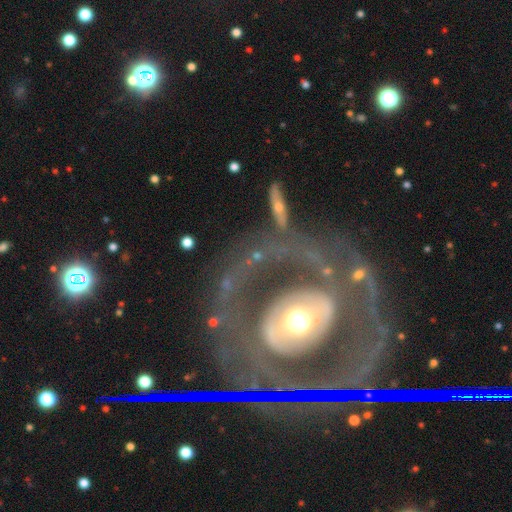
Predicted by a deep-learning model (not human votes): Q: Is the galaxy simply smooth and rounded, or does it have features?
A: featured or disk — 71%.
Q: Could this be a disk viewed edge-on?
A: no — 93%.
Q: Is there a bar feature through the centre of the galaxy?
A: no — 62%.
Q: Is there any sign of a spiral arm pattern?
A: no — 54%.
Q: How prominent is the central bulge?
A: moderate — 63%.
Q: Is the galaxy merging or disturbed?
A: none — 65%.